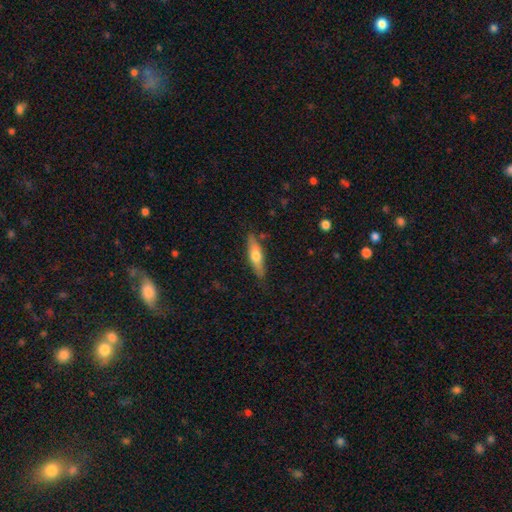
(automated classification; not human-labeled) Smooth or featured: smooth — 57% (featured or disk — 37%)
How rounded: cigar-shaped — 61% (in between — 36%)
Merging: none — 82% (minor disturbance — 13%)